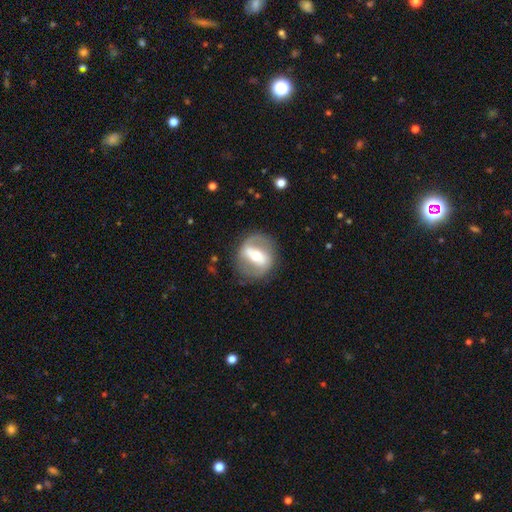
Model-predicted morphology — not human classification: smooth_or_featured: featured or disk (p=0.72) [alt: smooth p=0.22]
disk_edge_on: no (p=0.93) [alt: yes p=0.07]
bar: strong (p=0.56) [alt: weak p=0.28]
has_spiral_arms: yes (p=0.63) [alt: no p=0.37]
bulge_size: moderate (p=0.67) [alt: small p=0.21]
merging: none (p=0.79) [alt: minor disturbance p=0.12]